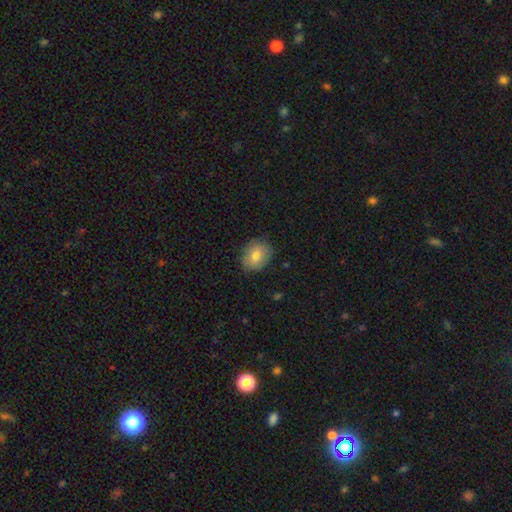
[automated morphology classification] smooth 78%, featured or disk 14%, star or artifact 9%. Down the decision tree: how rounded — round (53%); merging — none (83%).